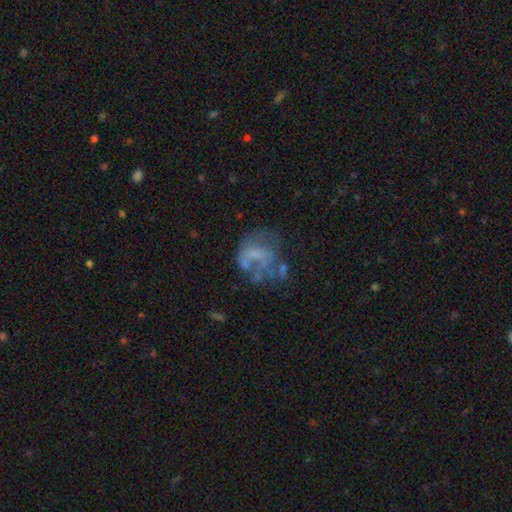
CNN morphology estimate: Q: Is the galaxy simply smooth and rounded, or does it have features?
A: featured or disk — 55%.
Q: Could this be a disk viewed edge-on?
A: no — 98%.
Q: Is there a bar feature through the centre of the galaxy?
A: no — 74%.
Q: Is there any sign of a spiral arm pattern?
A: no — 78%.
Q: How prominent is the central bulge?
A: none — 59%.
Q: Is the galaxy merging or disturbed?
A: major disturbance — 35%.